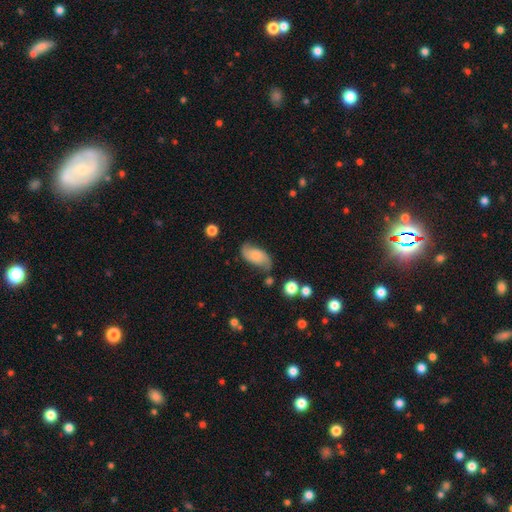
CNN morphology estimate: Smooth or featured? featured or disk (54%)
Edge-on disk? no (94%)
Bar? no (68%)
Spiral arms? yes (91%)
Bulge size? small (37%)
Merging? none (66%)